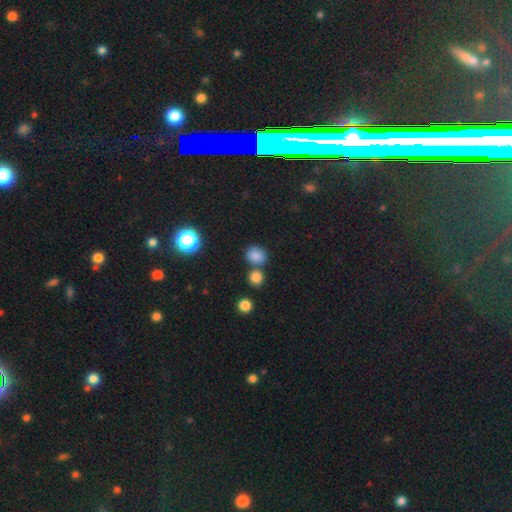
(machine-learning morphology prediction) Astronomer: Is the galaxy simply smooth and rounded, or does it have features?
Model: smooth — 81%.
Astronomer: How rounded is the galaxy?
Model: round — 58% (runner-up: in between, 41%).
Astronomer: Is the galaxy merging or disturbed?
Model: none — 62%.